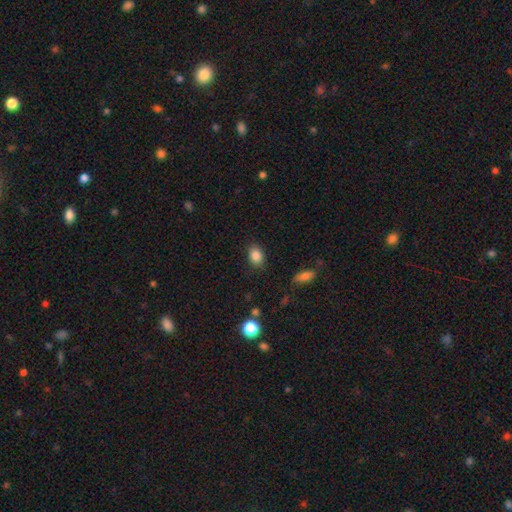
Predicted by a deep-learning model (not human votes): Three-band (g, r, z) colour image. It shows a smooth galaxy with no disk features (85%) that is in between round and cigar-shaped (68%). Merging: none (85%).